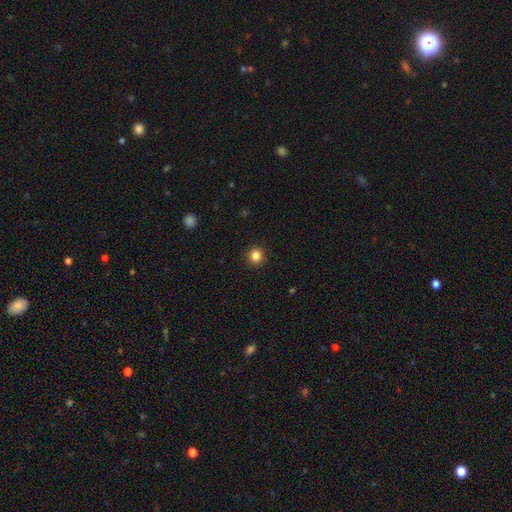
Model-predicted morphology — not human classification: smooth-or-featured: smooth: 85% | star or artifact: 12% | featured or disk: 4%
  how-rounded: round: 91% | in between: 8% | cigar-shaped: 1%
  merging: none: 92% | minor disturbance: 5% | major disturbance: 2% | merger: 1%